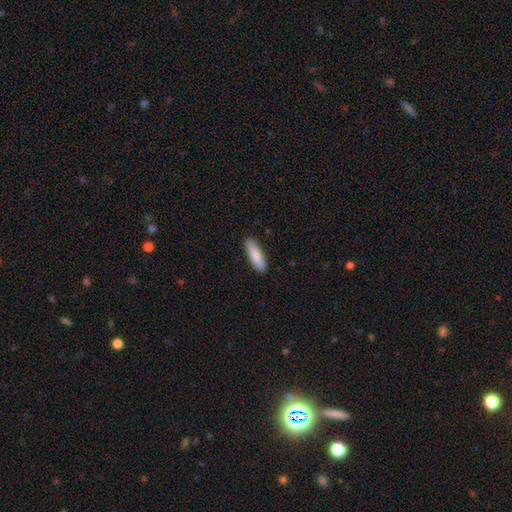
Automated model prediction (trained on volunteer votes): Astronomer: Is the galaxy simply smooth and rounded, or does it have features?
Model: smooth — 84%.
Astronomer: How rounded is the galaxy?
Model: cigar-shaped — 68%.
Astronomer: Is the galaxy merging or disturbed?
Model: none — 89%.